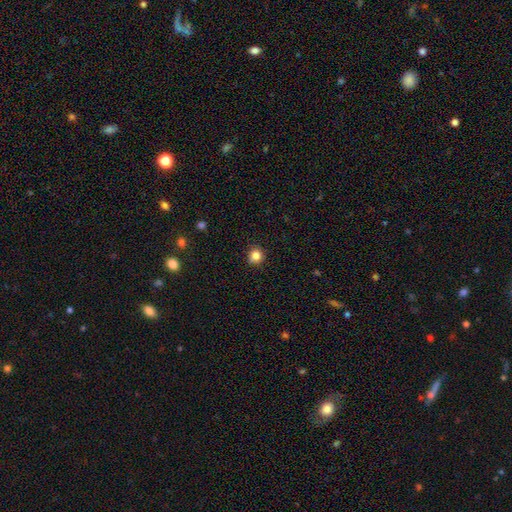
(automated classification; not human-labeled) Smooth or featured? smooth (84%)
How rounded? round (88%)
Merging? none (88%)